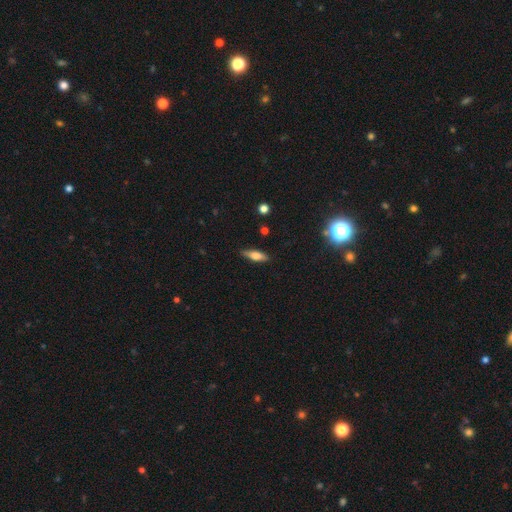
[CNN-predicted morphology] Smooth or featured: smooth — 60% (featured or disk — 33%)
How rounded: in between — 49% (cigar-shaped — 48%)
Merging: none — 84% (minor disturbance — 12%)